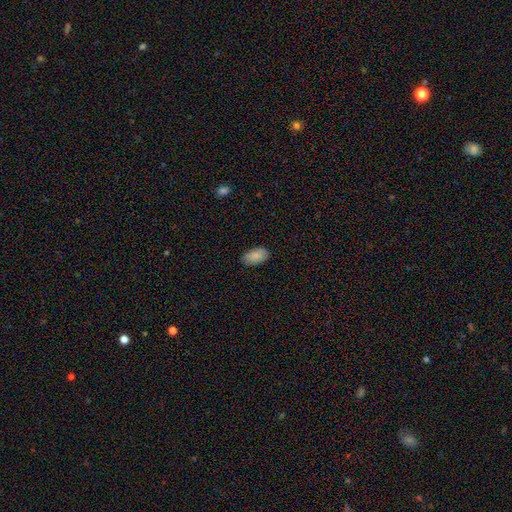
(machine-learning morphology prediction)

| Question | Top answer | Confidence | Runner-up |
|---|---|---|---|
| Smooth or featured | smooth | 87% | star or artifact (7%) |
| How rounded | in between | 94% | round (4%) |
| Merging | none | 80% | minor disturbance (17%) |